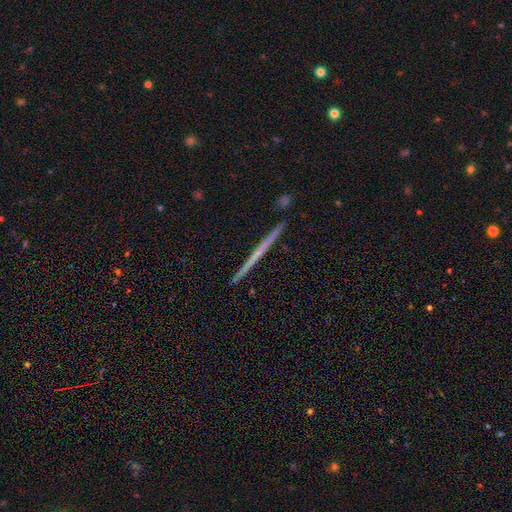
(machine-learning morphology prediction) Smooth or featured? featured or disk (65%)
Edge-on disk? yes (98%)
Edge-on bulge? none (80%)
Merging? none (93%)